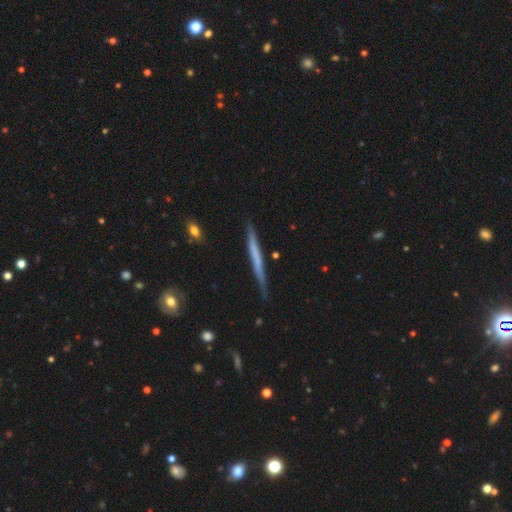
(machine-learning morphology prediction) This appears to be a featured or disk galaxy (48%). Merging: none (83%).